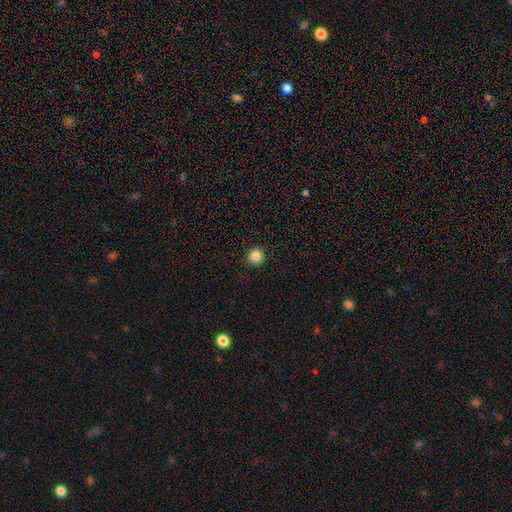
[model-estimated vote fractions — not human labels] smooth_or_featured: smooth (p=0.85) [alt: star or artifact p=0.11]
how_rounded: round (p=0.95) [alt: in between p=0.04]
merging: none (p=0.92) [alt: minor disturbance p=0.05]